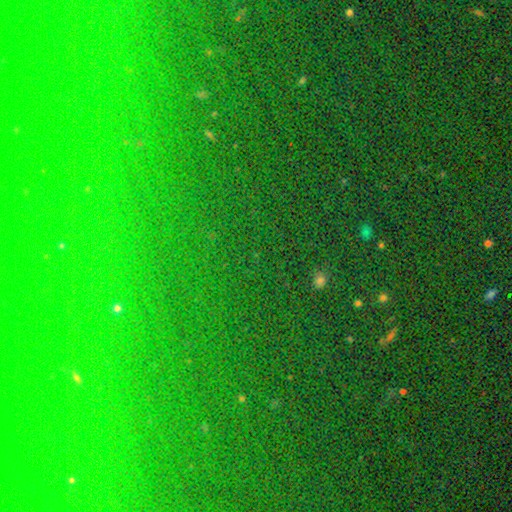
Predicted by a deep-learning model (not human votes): Morphology: type=star or artifact (80%).